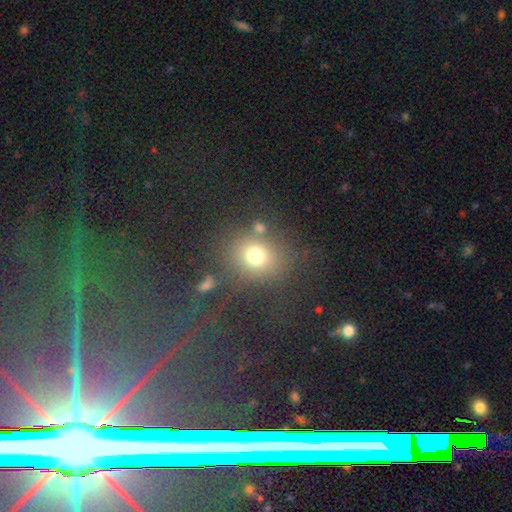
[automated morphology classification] A smooth galaxy with no disk features (72%) that is round (74%). Merging: none (66%).